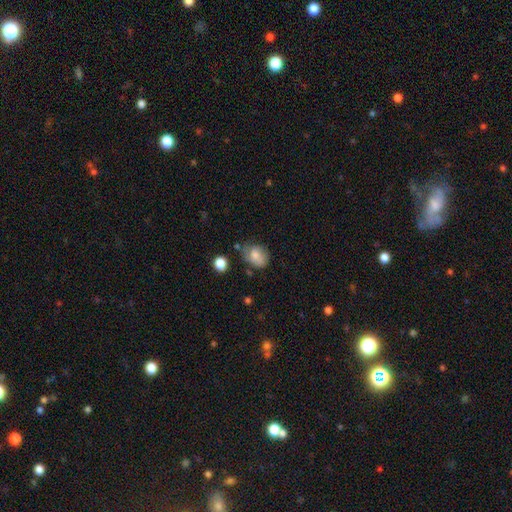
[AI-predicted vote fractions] A smooth galaxy with no disk features (71%) that is in between round and cigar-shaped (61%). Merging: none (49%).